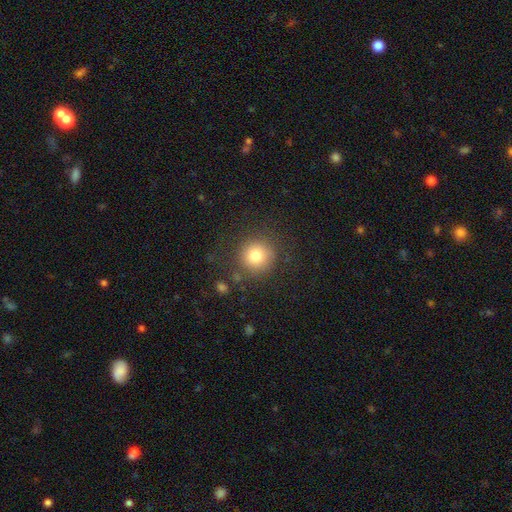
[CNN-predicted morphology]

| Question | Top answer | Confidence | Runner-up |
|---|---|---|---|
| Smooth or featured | smooth | 79% | star or artifact (12%) |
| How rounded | round | 93% | in between (6%) |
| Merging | none | 82% | minor disturbance (10%) |